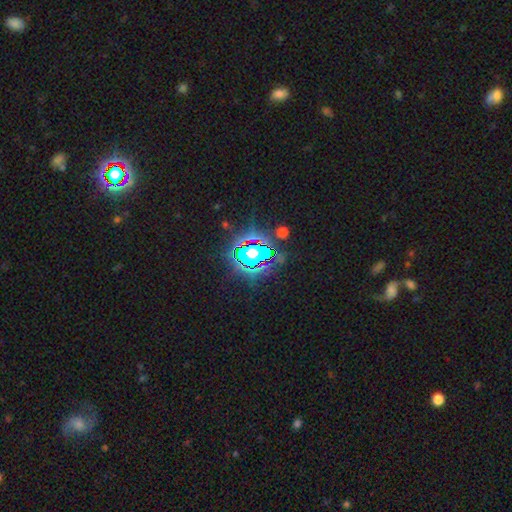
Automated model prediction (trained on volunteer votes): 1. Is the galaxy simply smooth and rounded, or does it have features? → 80% star or artifact, 11% smooth, 9% featured or disk.